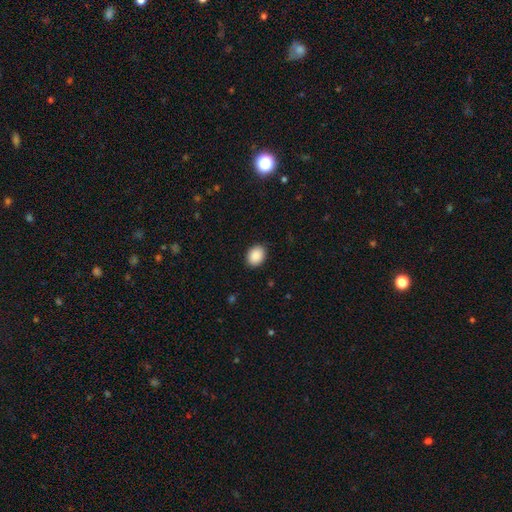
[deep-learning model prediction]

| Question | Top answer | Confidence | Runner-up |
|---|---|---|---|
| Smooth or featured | smooth | 90% | star or artifact (7%) |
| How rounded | in between | 60% | round (39%) |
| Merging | none | 89% | minor disturbance (8%) |